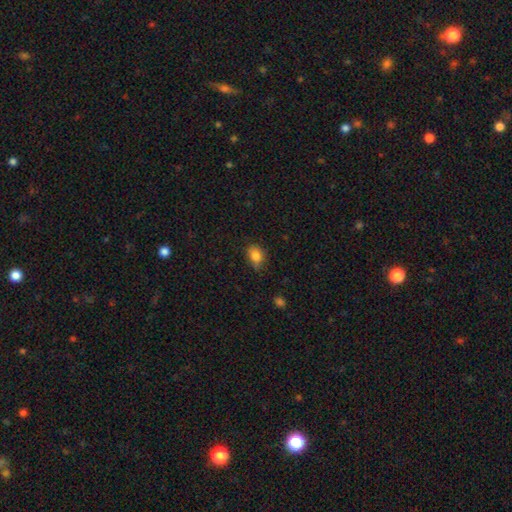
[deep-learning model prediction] Q: Smooth or featured?
A: smooth (83%); runner-up: star or artifact (10%)
Q: How rounded?
A: in between (69%); runner-up: round (30%)
Q: Merging?
A: none (67%); runner-up: minor disturbance (26%)